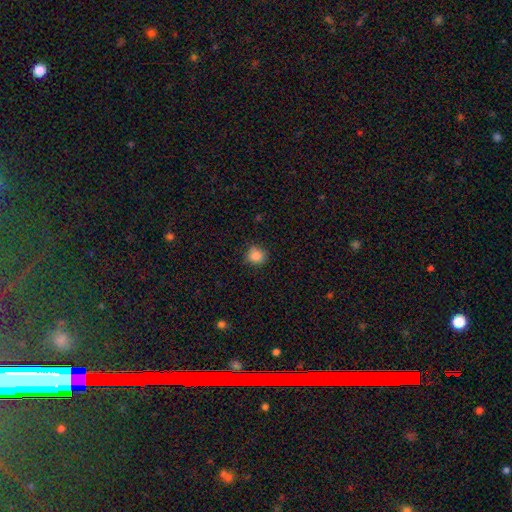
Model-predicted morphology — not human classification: A smooth galaxy with no disk features (86%) that is round (81%). Merging: none (79%).